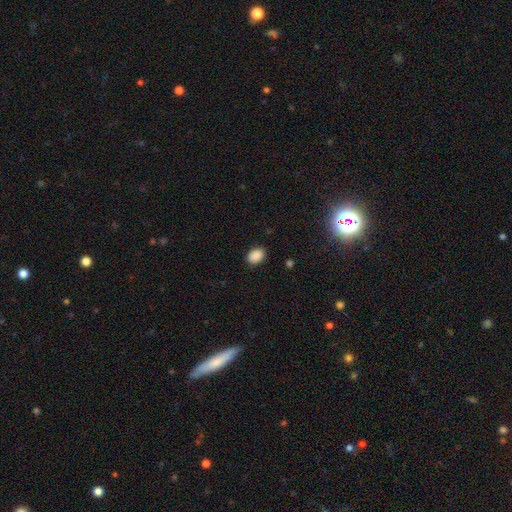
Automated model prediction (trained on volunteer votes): Morphology: type=smooth (90%); roundness=in between (81%); merging=none (87%).